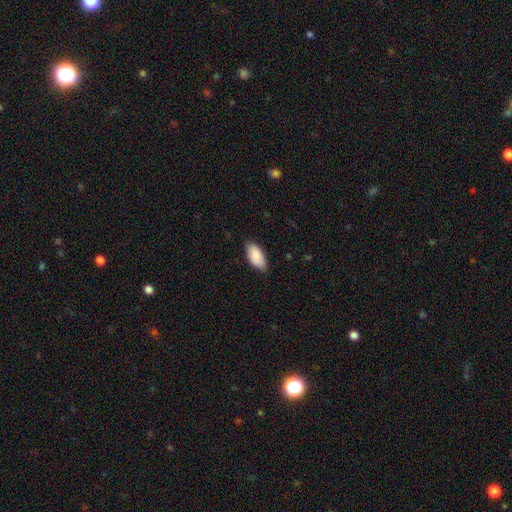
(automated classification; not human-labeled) A smooth galaxy with no disk features (87%) that is in between round and cigar-shaped (93%). Merging: none (77%).